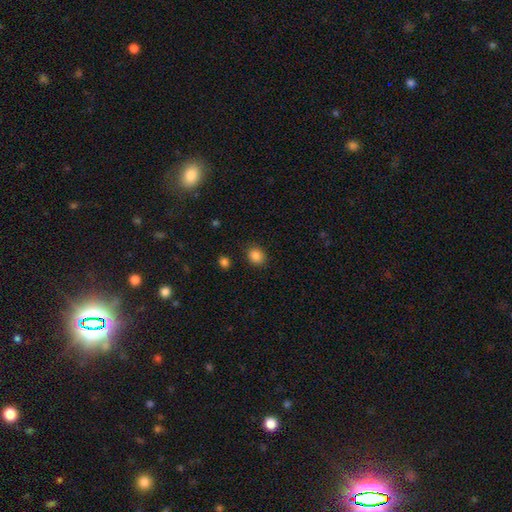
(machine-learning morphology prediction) smooth-or-featured: smooth: 86% | star or artifact: 10% | featured or disk: 4%
  how-rounded: round: 61% | in between: 38% | cigar-shaped: 1%
  merging: none: 87% | minor disturbance: 8% | major disturbance: 3% | merger: 2%